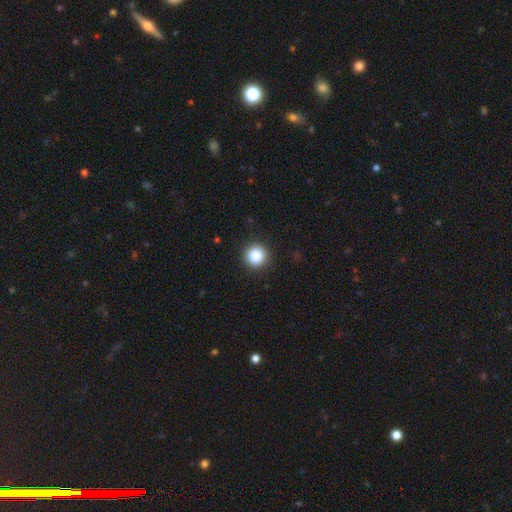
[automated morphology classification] Smooth or featured?
  - smooth: 87% *
  - star or artifact: 10%
  - featured or disk: 4%
How rounded?
  - round: 95% *
  - in between: 4%
  - cigar-shaped: 1%
Merging?
  - none: 91% *
  - minor disturbance: 6%
  - major disturbance: 2%
  - merger: 1%